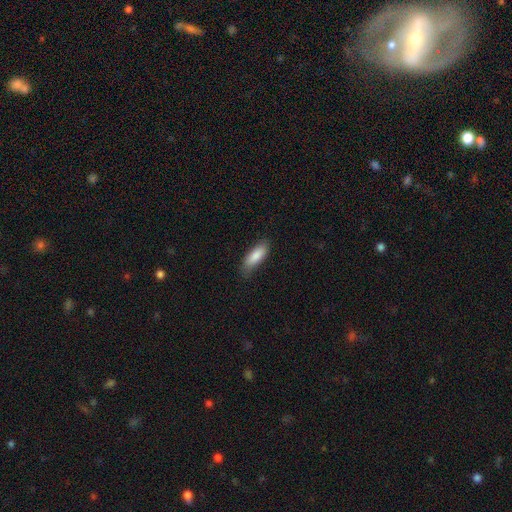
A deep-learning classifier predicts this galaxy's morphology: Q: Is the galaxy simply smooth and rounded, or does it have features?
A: smooth — 85%.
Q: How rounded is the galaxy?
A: in between — 67%.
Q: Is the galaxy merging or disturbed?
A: none — 76%.